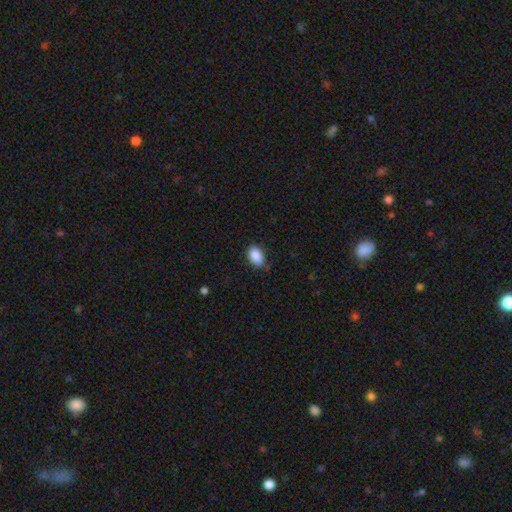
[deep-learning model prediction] Overall: smooth (89%). How rounded: in between (87%). Merging: none (76%).